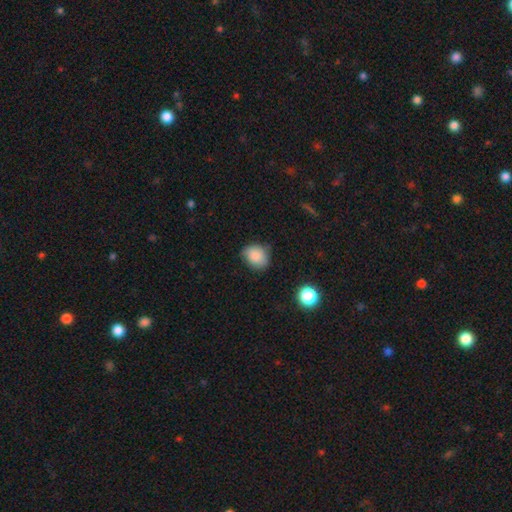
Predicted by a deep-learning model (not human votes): Smooth or featured: smooth — 85% (star or artifact — 9%)
How rounded: round — 51% (in between — 48%)
Merging: none — 68% (minor disturbance — 26%)